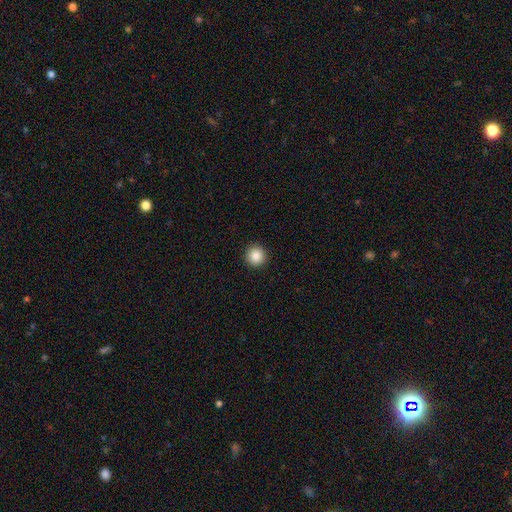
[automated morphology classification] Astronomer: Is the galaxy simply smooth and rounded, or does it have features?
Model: smooth — 86%.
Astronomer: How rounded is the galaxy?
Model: round — 96%.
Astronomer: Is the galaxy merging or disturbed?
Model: none — 93%.